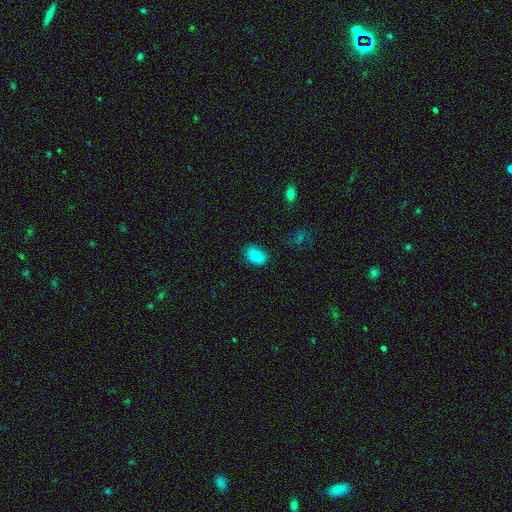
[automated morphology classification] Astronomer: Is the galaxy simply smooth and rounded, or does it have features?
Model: smooth — 85%.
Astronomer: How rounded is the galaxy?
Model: in between — 88%.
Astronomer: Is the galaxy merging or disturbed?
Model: none — 77%.